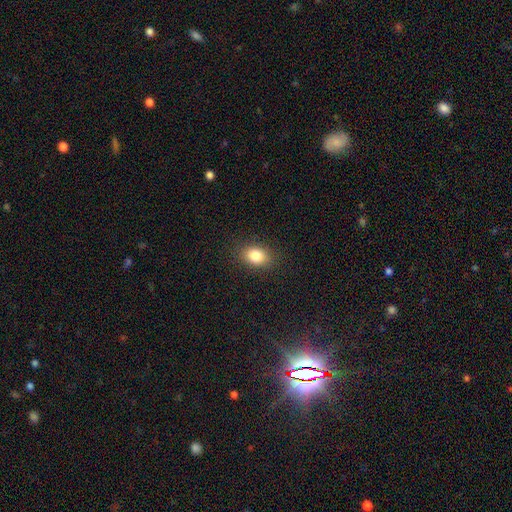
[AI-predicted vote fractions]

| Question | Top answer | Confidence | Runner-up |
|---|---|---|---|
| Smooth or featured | smooth | 84% | star or artifact (10%) |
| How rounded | in between | 73% | round (26%) |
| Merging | none | 87% | minor disturbance (9%) |